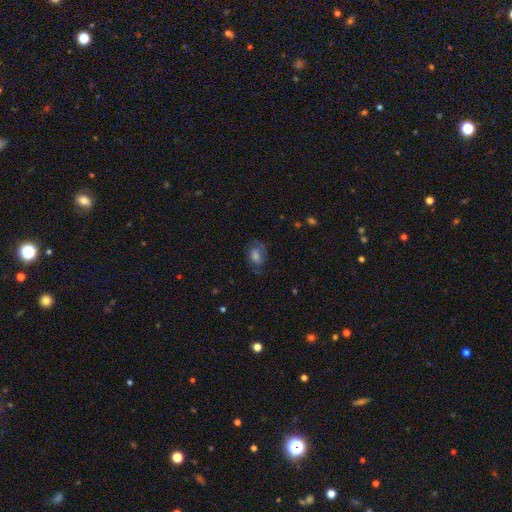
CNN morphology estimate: Smooth or featured?
  - smooth: 47% *
  - featured or disk: 37%
  - star or artifact: 16%
Merging?
  - none: 66% *
  - minor disturbance: 20%
  - major disturbance: 12%
  - merger: 2%